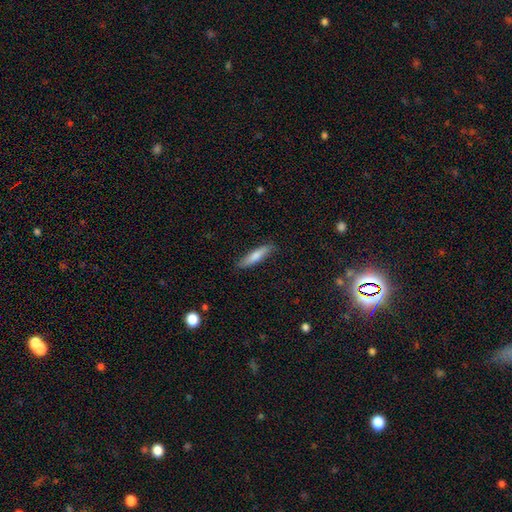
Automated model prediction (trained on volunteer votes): Smooth or featured? Predicted: smooth (p=0.76). How rounded? Predicted: cigar-shaped (p=0.82). Merging? Predicted: none (p=0.86).